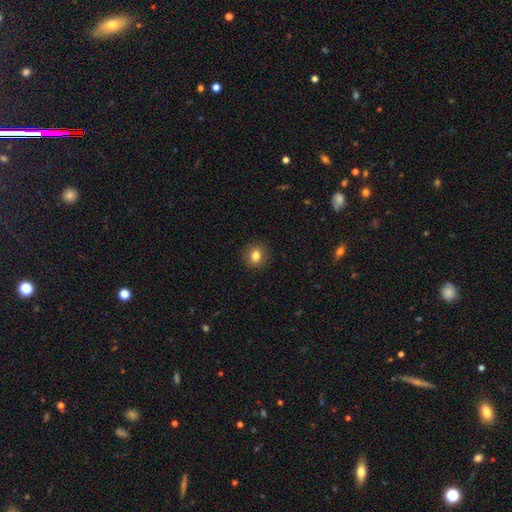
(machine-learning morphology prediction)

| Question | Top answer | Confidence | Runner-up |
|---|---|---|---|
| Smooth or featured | smooth | 82% | star or artifact (10%) |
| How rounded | round | 73% | in between (26%) |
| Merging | none | 90% | minor disturbance (7%) |